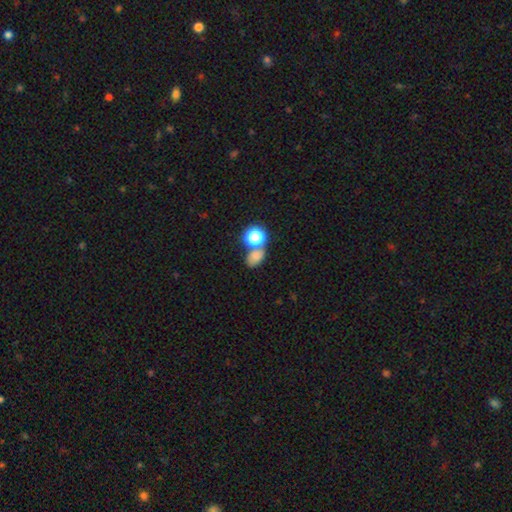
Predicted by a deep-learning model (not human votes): Smooth or featured? smooth (70%)
How rounded? in between (60%)
Merging? none (48%)